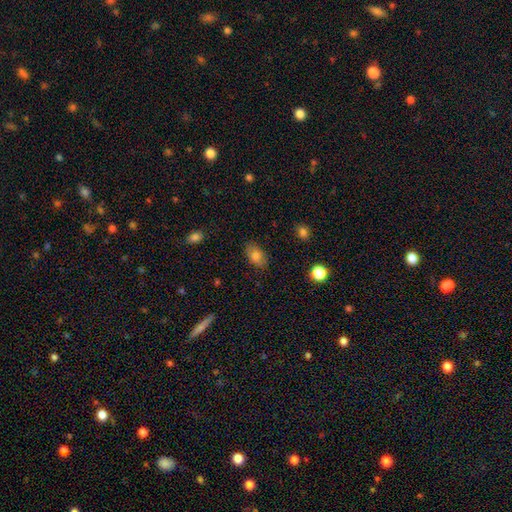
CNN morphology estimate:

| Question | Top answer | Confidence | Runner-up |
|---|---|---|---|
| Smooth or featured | smooth | 79% | featured or disk (12%) |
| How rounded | in between | 90% | round (8%) |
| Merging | none | 84% | minor disturbance (12%) |